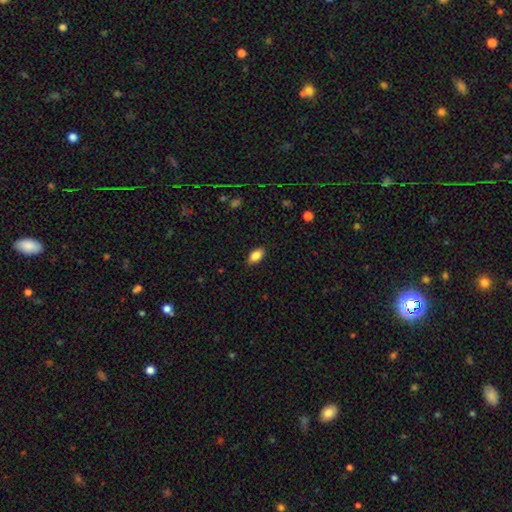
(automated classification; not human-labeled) Smooth or featured? Predicted: smooth (p=0.85). How rounded? Predicted: in between (p=0.91). Merging? Predicted: none (p=0.87).